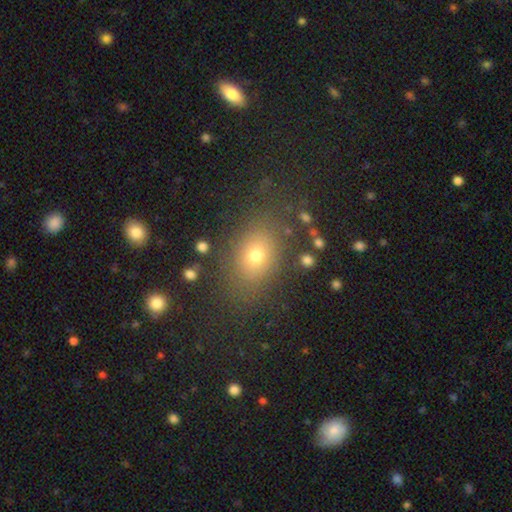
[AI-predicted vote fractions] A smooth galaxy with no disk features (69%) that is in between round and cigar-shaped (68%). Merging: none (80%).